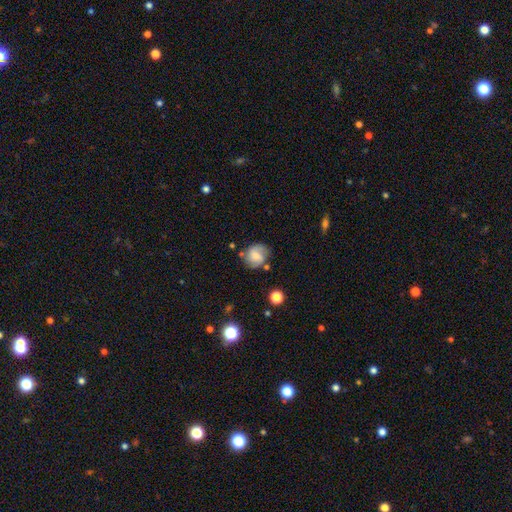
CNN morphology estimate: A featured or disk galaxy (50%). Merging: none (69%).